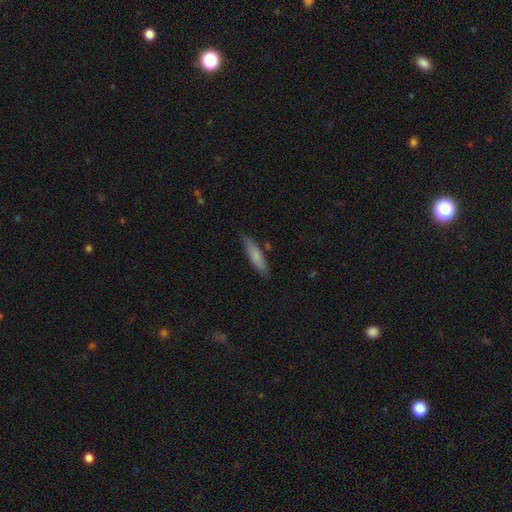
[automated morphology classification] Smooth or featured?
  - smooth: 77% *
  - featured or disk: 17%
  - star or artifact: 6%
How rounded?
  - cigar-shaped: 78% *
  - in between: 20%
  - round: 2%
Merging?
  - none: 82% *
  - minor disturbance: 13%
  - major disturbance: 2%
  - merger: 2%